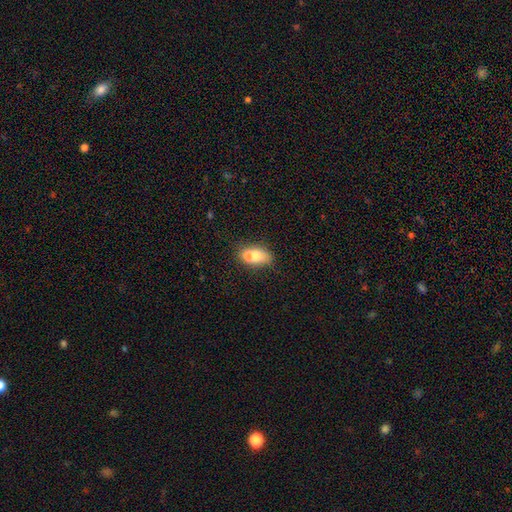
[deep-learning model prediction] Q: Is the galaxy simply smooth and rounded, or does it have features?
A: smooth — 68%.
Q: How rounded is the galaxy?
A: in between — 73%.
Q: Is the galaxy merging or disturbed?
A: merger — 57%.